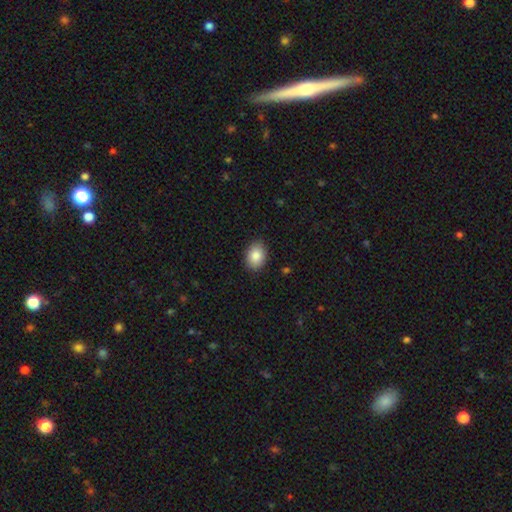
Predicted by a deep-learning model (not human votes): Smooth or featured: smooth — 86% (star or artifact — 7%)
How rounded: in between — 72% (round — 27%)
Merging: none — 86% (minor disturbance — 11%)